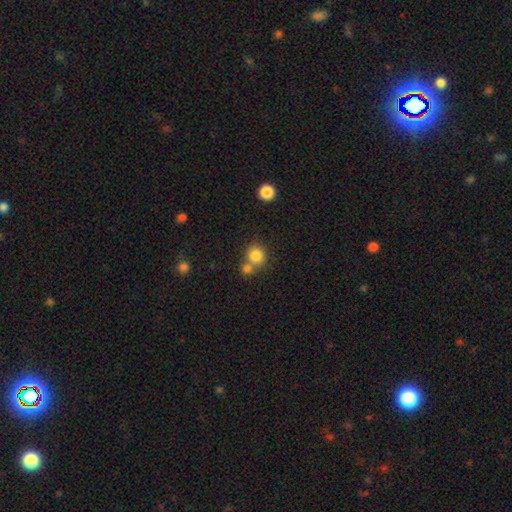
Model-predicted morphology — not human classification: smooth-or-featured: smooth: 82% | star or artifact: 11% | featured or disk: 7%
  how-rounded: round: 87% | in between: 12% | cigar-shaped: 1%
  merging: none: 53% | merger: 35% | minor disturbance: 8% | major disturbance: 3%